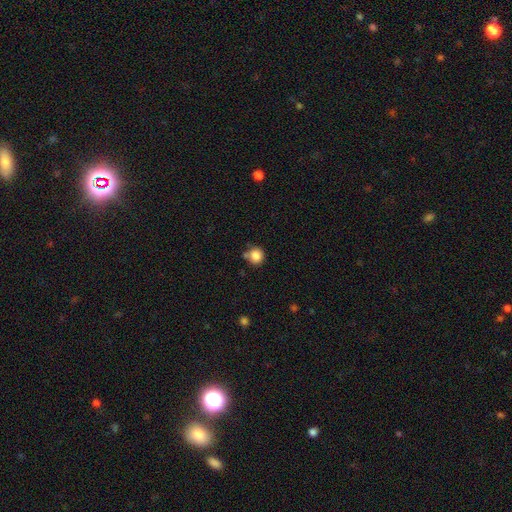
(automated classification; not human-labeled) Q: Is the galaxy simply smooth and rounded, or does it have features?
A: smooth — 84%.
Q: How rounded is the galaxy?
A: round — 91%.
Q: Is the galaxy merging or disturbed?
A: none — 68%.